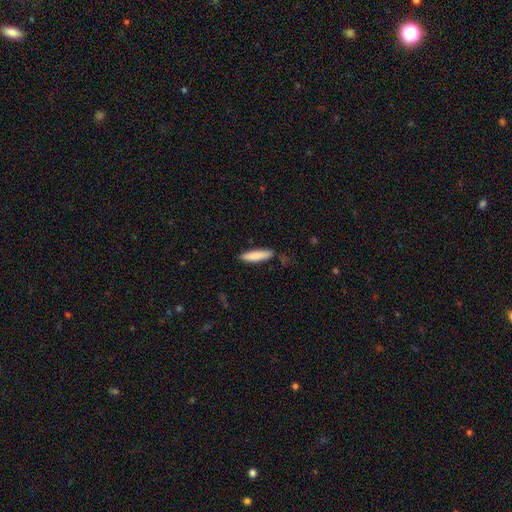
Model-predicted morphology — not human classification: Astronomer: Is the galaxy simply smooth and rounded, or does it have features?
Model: smooth — 83%.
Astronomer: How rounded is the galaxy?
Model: cigar-shaped — 76%.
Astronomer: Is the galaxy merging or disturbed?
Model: none — 80%.